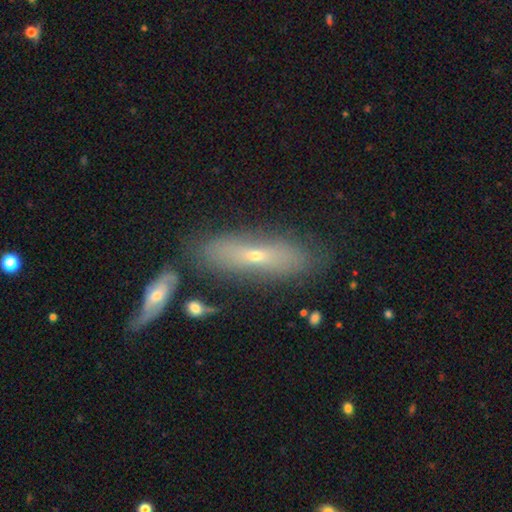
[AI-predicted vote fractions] This is possibly a smooth galaxy (46%). Merging: likely none (64%).